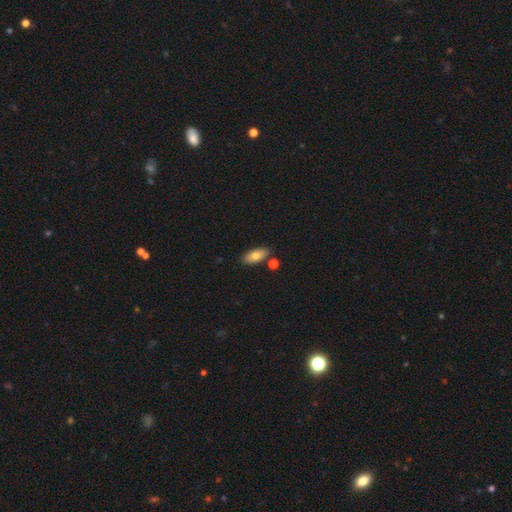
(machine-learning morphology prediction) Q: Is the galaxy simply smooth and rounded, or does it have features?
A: smooth — 77%.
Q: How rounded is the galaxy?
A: in between — 82%.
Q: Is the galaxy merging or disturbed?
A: none — 81%.